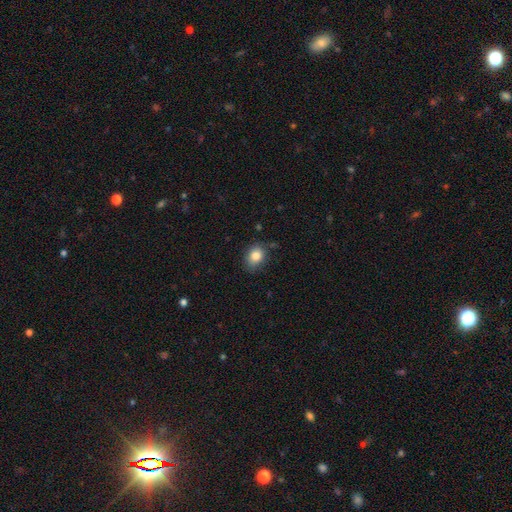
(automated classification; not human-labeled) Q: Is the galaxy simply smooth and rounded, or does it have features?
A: smooth — 83%.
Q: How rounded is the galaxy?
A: in between — 55%.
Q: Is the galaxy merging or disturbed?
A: none — 77%.